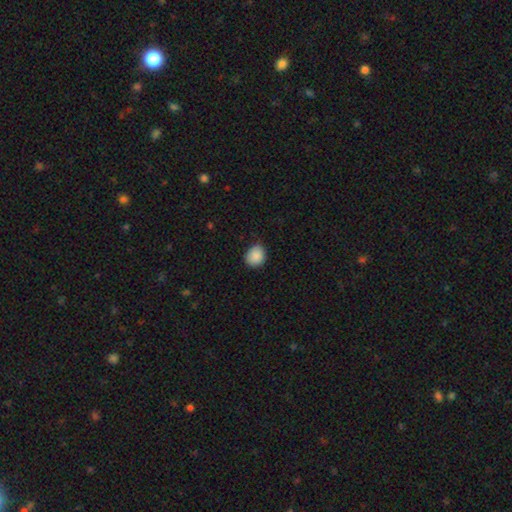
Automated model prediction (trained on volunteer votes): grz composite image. It shows a smooth galaxy with no disk features (88%) that is round (64%). Merging: none (78%).